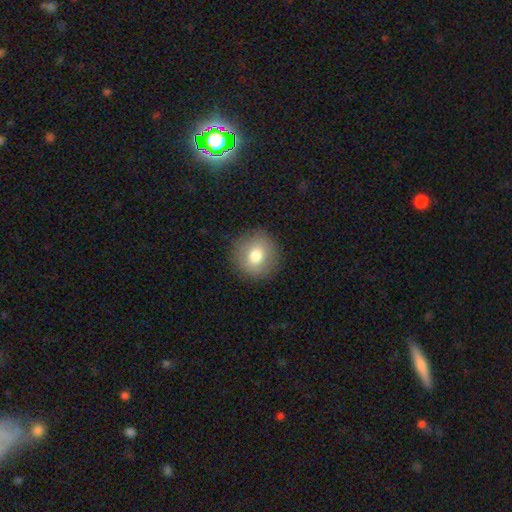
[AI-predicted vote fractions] Q: Smooth or featured?
A: smooth (77%); runner-up: featured or disk (14%)
Q: How rounded?
A: round (91%); runner-up: in between (8%)
Q: Merging?
A: none (88%); runner-up: minor disturbance (8%)